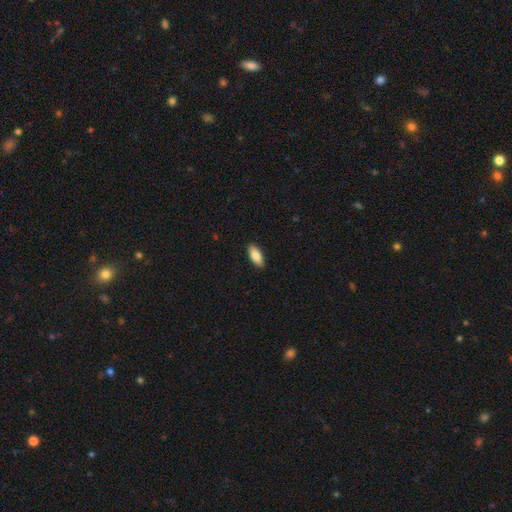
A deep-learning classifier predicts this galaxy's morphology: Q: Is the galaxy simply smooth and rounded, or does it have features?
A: smooth — 87%.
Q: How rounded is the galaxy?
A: in between — 86%.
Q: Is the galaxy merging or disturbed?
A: none — 90%.